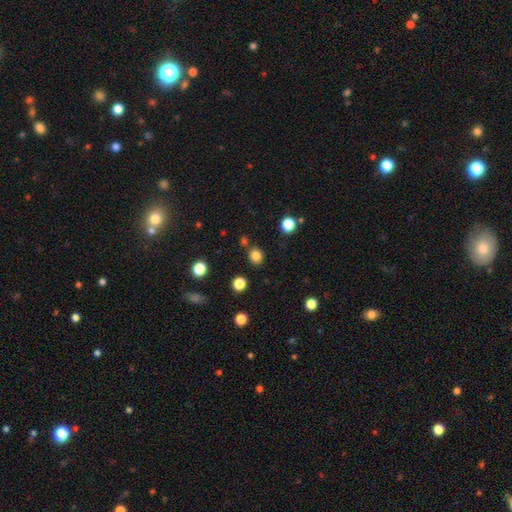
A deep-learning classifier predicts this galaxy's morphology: This appears to be a smooth galaxy with no disk features (83%) that is round (81%). Merging: none (83%).